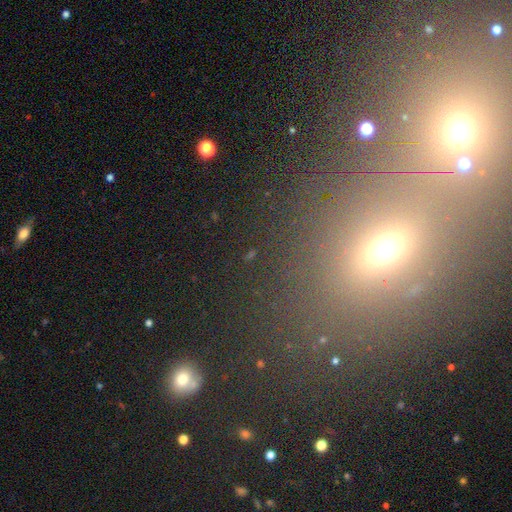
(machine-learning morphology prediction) Q: Smooth or featured?
A: star or artifact (47%); runner-up: smooth (38%)